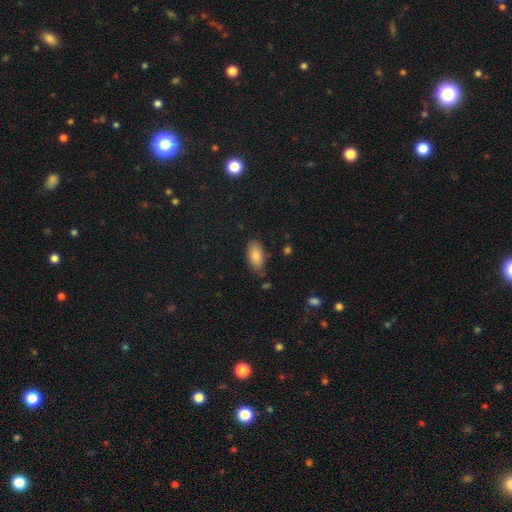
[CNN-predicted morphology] smooth_or_featured: smooth (p=0.86) [alt: star or artifact p=0.07]
how_rounded: in between (p=0.92) [alt: cigar-shaped p=0.04]
merging: none (p=0.74) [alt: minor disturbance p=0.19]